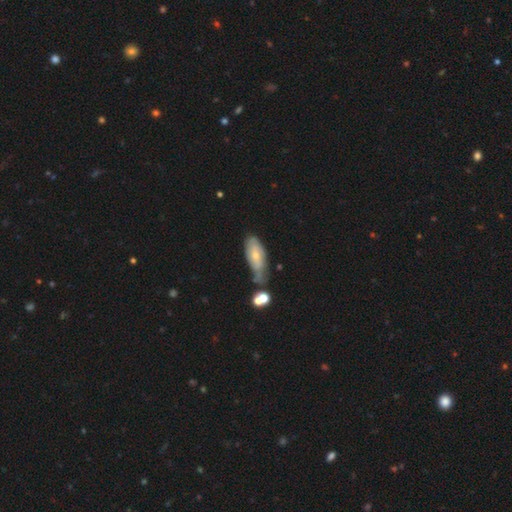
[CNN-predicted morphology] type=smooth (57%); roundness=in between (77%); merging=none (38%).